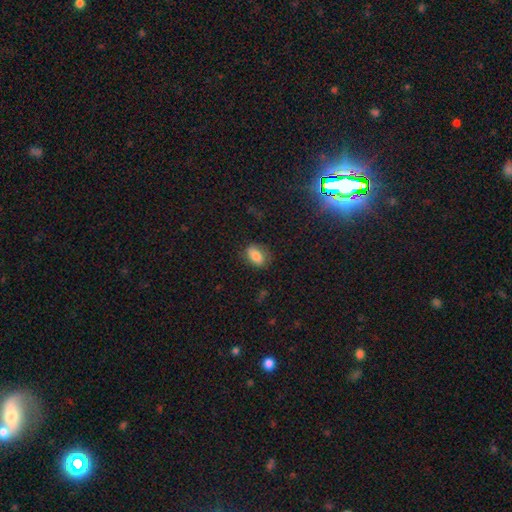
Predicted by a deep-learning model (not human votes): Overall: smooth (81%). How rounded: in between (87%). Merging: none (76%).